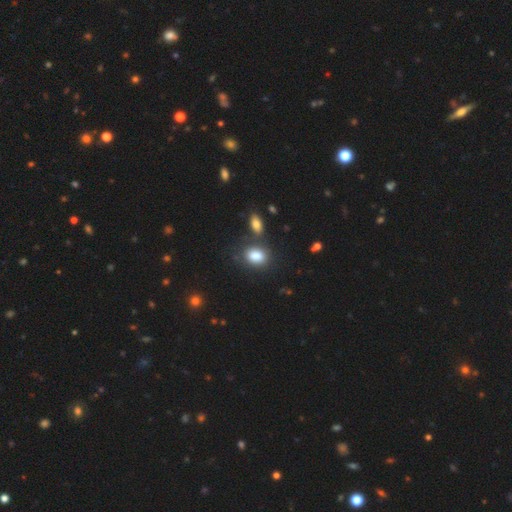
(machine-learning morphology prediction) Smooth or featured?
  - smooth: 85% *
  - star or artifact: 9%
  - featured or disk: 7%
How rounded?
  - in between: 73% *
  - round: 25%
  - cigar-shaped: 2%
Merging?
  - none: 65% *
  - merger: 15%
  - minor disturbance: 14%
  - major disturbance: 5%